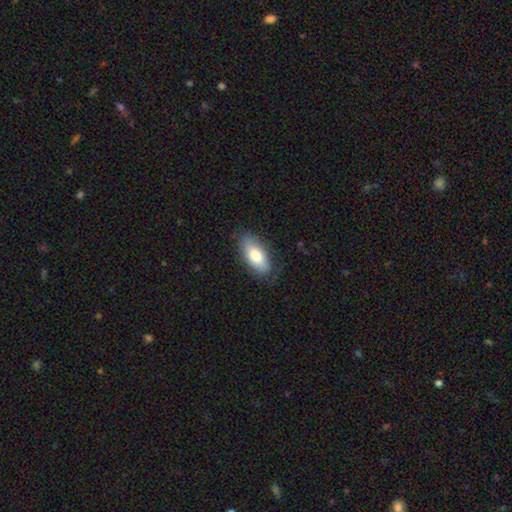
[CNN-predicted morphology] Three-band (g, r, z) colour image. It shows a smooth galaxy with no disk features (77%) that is in between round and cigar-shaped (88%). Merging: none (81%).